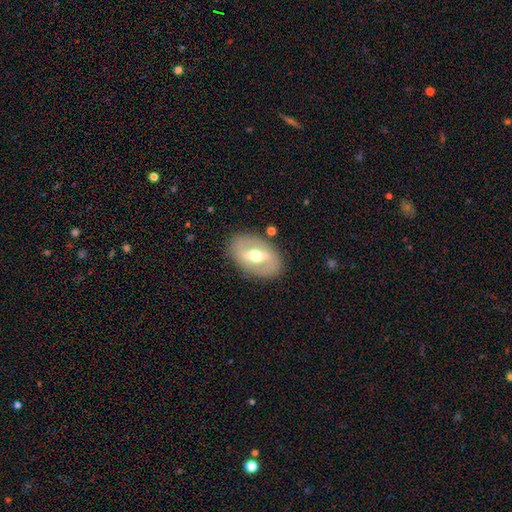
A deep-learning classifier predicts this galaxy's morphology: Smooth or featured? Predicted: featured or disk (p=0.61). Edge-on disk? Predicted: no (p=0.90). Bar? Predicted: strong (p=0.41). Spiral arms? Predicted: no (p=0.61). Bulge size? Predicted: moderate (p=0.72). Merging? Predicted: none (p=0.83).